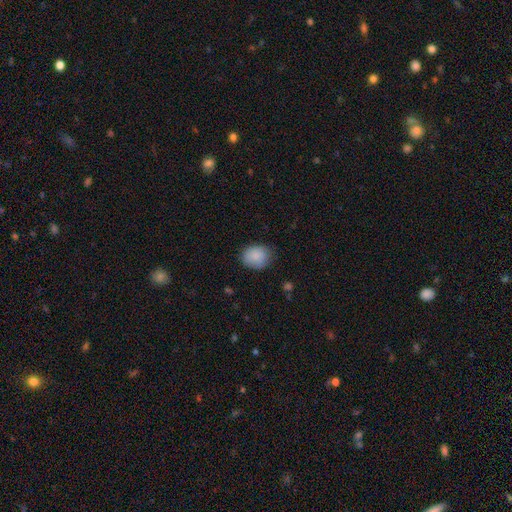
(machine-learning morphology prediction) Smooth or featured?
  - smooth: 87% *
  - star or artifact: 7%
  - featured or disk: 6%
How rounded?
  - round: 55% *
  - in between: 44%
  - cigar-shaped: 1%
Merging?
  - none: 75% *
  - minor disturbance: 19%
  - major disturbance: 4%
  - merger: 1%